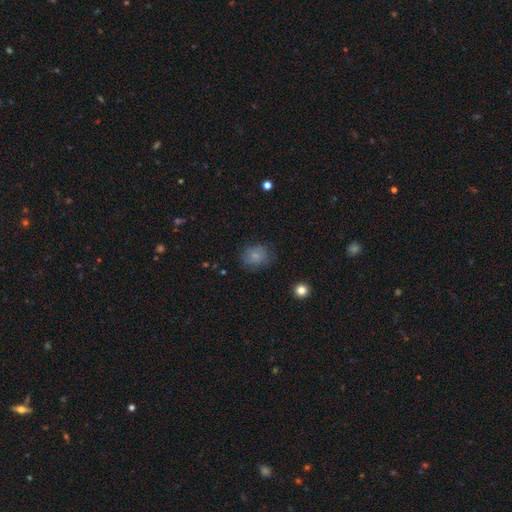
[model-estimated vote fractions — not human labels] A smooth galaxy with no disk features (74%) that is round (62%). Merging: none (70%).